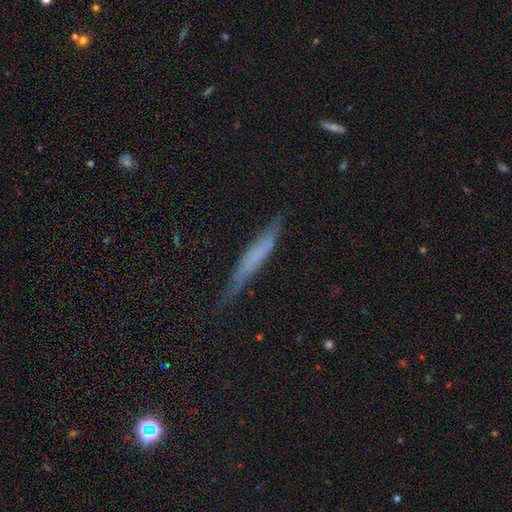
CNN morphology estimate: smooth_or_featured: featured or disk (p=0.46) [alt: smooth p=0.45]
merging: none (p=0.70) [alt: minor disturbance p=0.22]